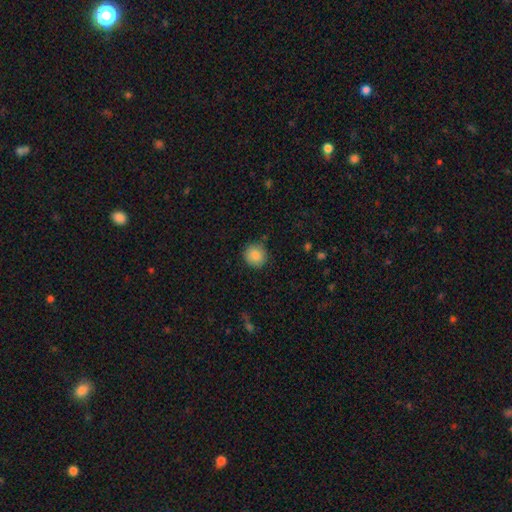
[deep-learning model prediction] Smooth or featured? smooth (87%)
How rounded? round (88%)
Merging? none (84%)